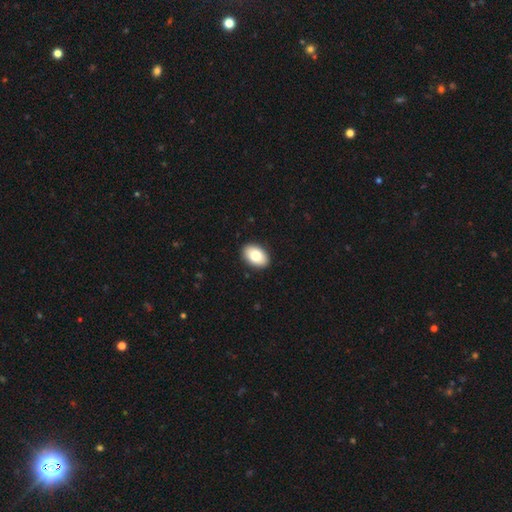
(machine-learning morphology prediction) A smooth galaxy with no disk features (81%) that is in between round and cigar-shaped (90%).

Vote fractions:
- Smooth or featured? smooth: 81% / featured or disk: 13% / star or artifact: 7%
- How rounded? in between: 90% / round: 9% / cigar-shaped: 1%
- Merging? none: 91% / minor disturbance: 7% / major disturbance: 2% / merger: 1%